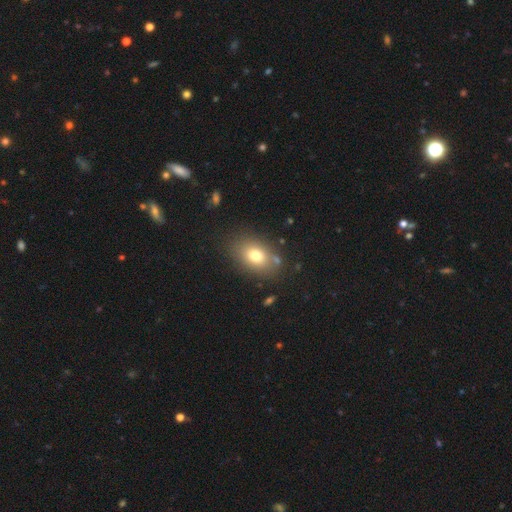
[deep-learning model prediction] This is likely a smooth galaxy (75%). How rounded: likely in between (78%). Merging: likely none (79%).